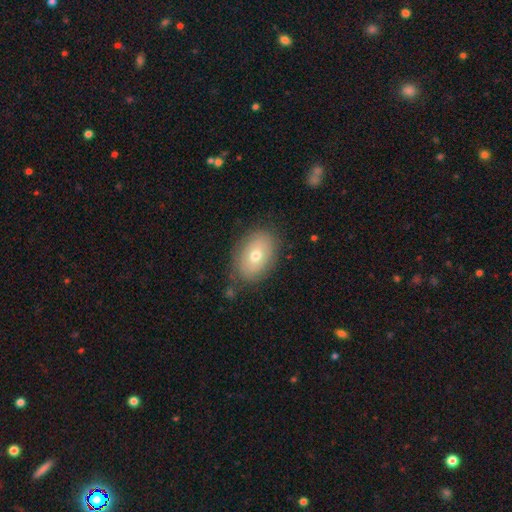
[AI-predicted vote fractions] A smooth galaxy with no disk features (67%) that is in between round and cigar-shaped (84%). Merging: none (77%).